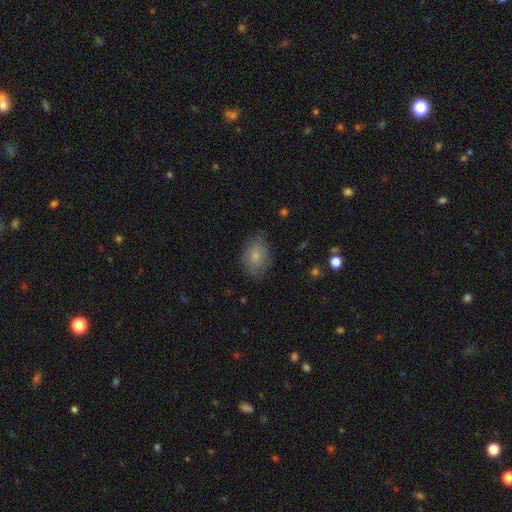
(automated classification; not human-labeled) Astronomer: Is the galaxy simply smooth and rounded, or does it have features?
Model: smooth — 76%.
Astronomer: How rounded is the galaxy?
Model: in between — 80%.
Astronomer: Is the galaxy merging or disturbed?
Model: none — 73%.